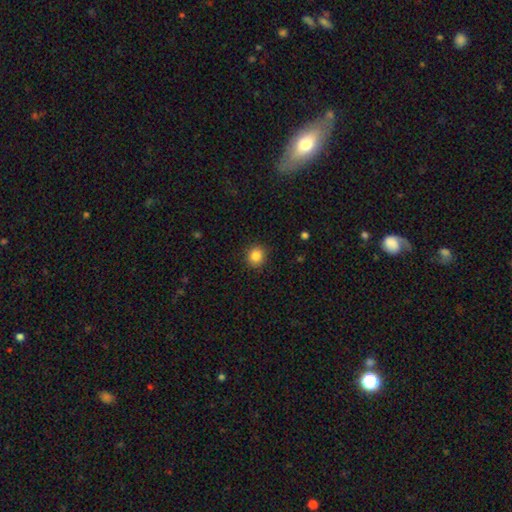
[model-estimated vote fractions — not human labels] Smooth or featured? Predicted: smooth (p=0.86). How rounded? Predicted: round (p=0.88). Merging? Predicted: none (p=0.90).